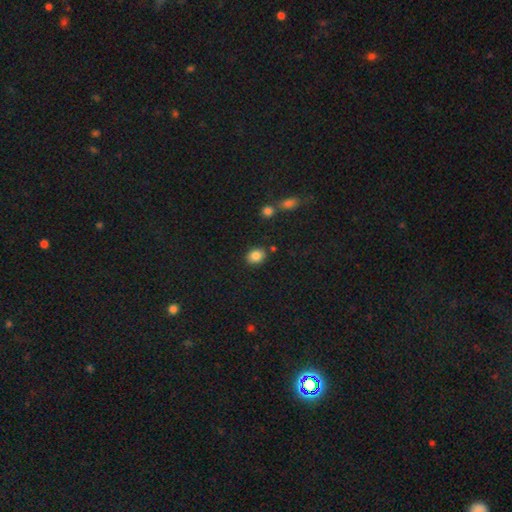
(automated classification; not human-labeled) smooth 85%, star or artifact 9%, featured or disk 5%. Down the decision tree: how rounded — in between (54%); merging — none (82%).